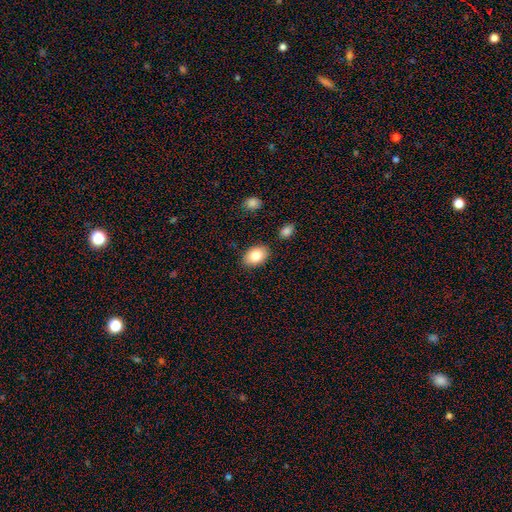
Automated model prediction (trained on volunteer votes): Q: Smooth or featured?
A: smooth (83%); runner-up: featured or disk (10%)
Q: How rounded?
A: in between (86%); runner-up: round (13%)
Q: Merging?
A: none (85%); runner-up: minor disturbance (10%)